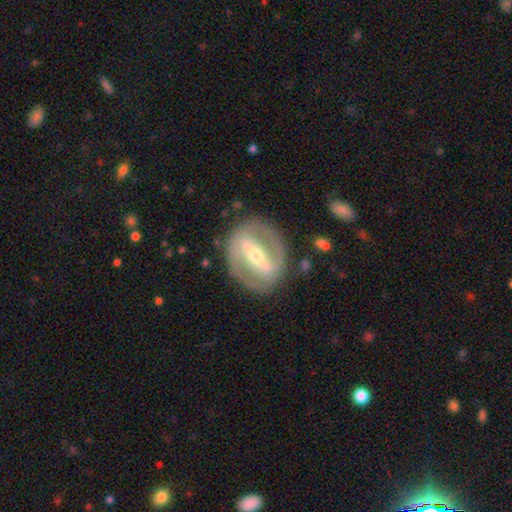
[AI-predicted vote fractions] This is likely a featured or disk galaxy (79%). It is clearly not viewed edge-on (91%). Bar: likely strong (75%). Spiral arm pattern: possibly yes (51%). Central bulge: possibly small (48%). Merging: clearly none (83%).